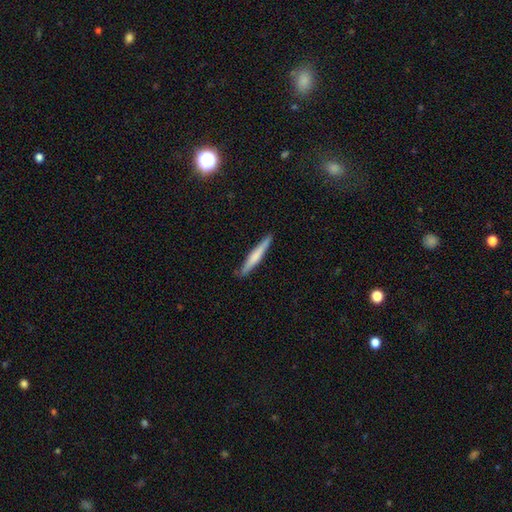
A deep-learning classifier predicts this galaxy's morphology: A smooth galaxy with no disk features (55%) that is cigar-shaped (95%). Merging: none (90%).